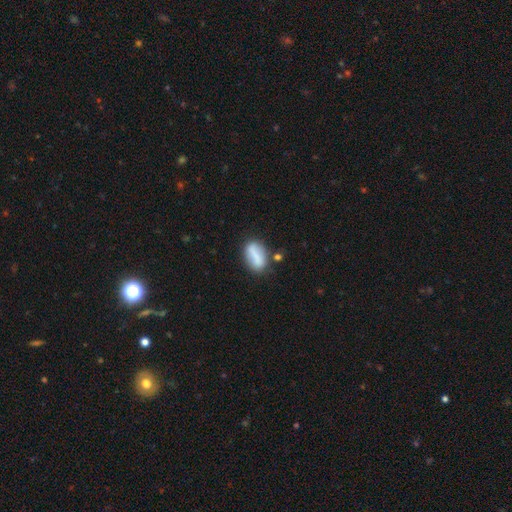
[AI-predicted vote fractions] Smooth or featured: smooth — 71% (featured or disk — 21%)
How rounded: in between — 81% (cigar-shaped — 11%)
Merging: none — 67% (minor disturbance — 17%)